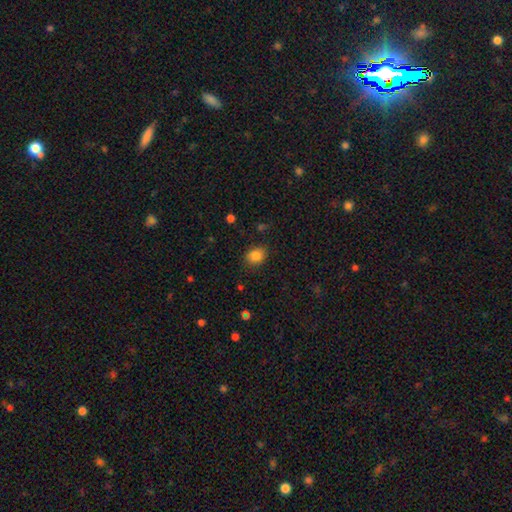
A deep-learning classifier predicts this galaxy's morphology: Smooth or featured: smooth — 84% (star or artifact — 11%)
How rounded: round — 57% (in between — 42%)
Merging: none — 85% (minor disturbance — 10%)